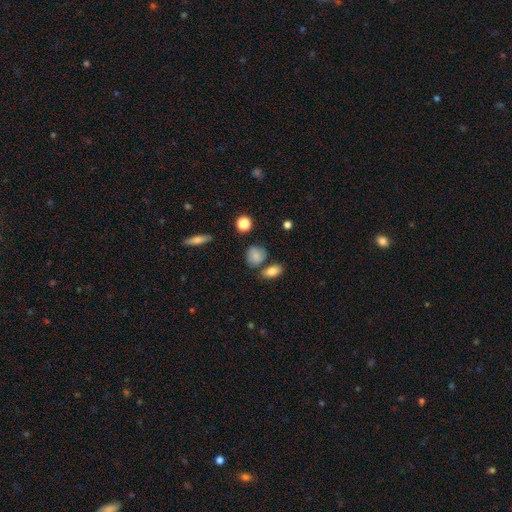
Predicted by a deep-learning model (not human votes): This is clearly a smooth galaxy (81%). How rounded: likely round (61%). Merging: likely none (64%).